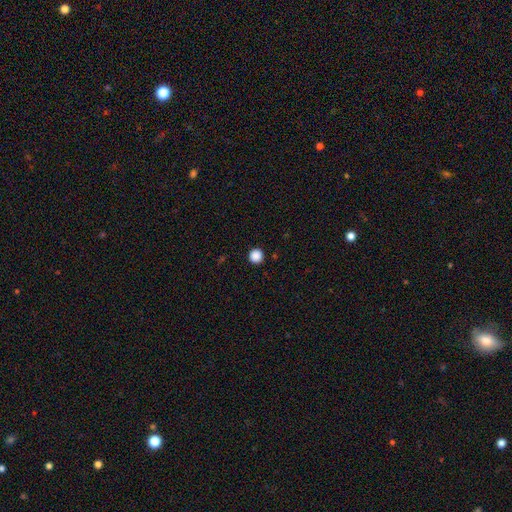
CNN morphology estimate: A smooth galaxy with no disk features (88%) that is round (96%).

Vote fractions:
- Smooth or featured? smooth: 88% / star or artifact: 10% / featured or disk: 2%
- How rounded? round: 96% / in between: 3% / cigar-shaped: 1%
- Merging? none: 93% / minor disturbance: 4% / major disturbance: 2% / merger: 1%